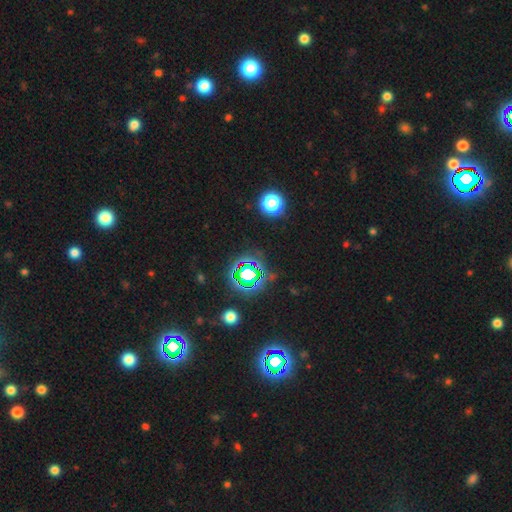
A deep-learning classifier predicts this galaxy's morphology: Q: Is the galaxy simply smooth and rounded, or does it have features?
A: star or artifact — 77%.